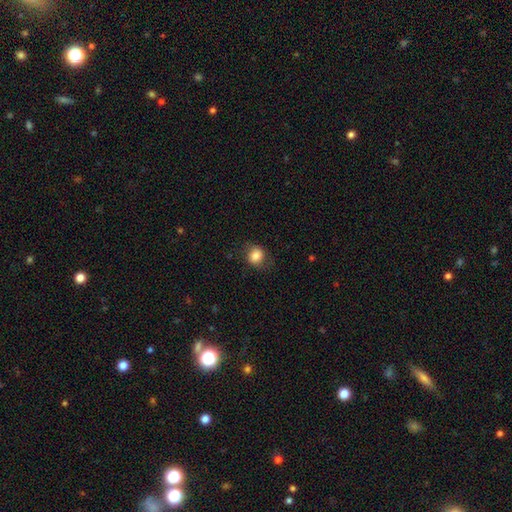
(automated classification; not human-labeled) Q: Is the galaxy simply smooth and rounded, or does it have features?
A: smooth — 82%.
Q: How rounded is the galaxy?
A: round — 69%.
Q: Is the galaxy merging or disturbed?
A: none — 74%.